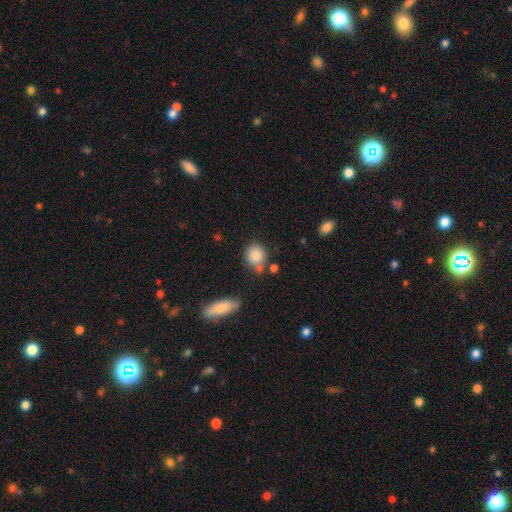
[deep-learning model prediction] smooth 83%, star or artifact 9%, featured or disk 8%. Down the decision tree: how rounded — round (73%); merging — none (63%).